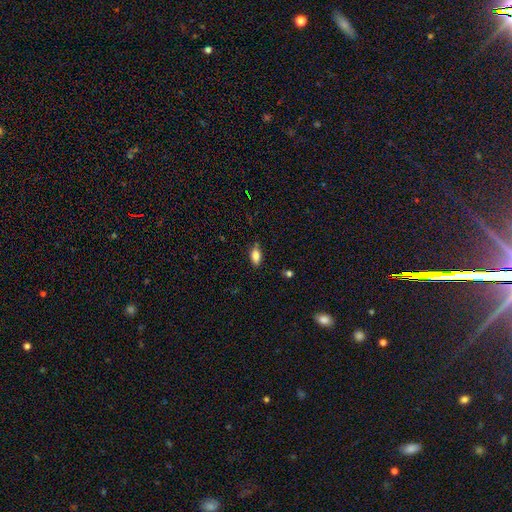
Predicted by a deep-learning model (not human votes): Smooth or featured: smooth — 82% (featured or disk — 9%)
How rounded: in between — 88% (cigar-shaped — 7%)
Merging: none — 77% (minor disturbance — 19%)